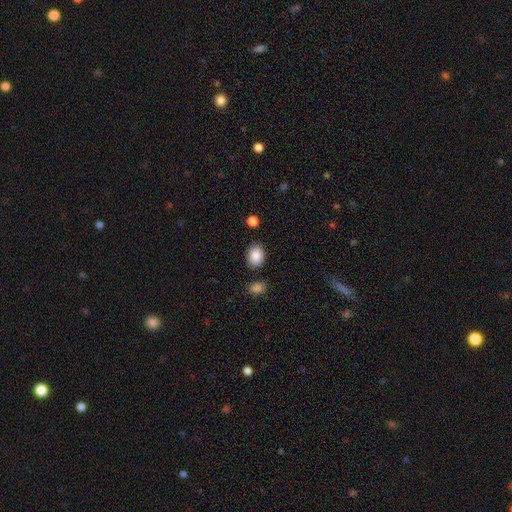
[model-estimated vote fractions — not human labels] This is clearly a smooth galaxy (88%). How rounded: likely in between (69%). Merging: clearly none (82%).